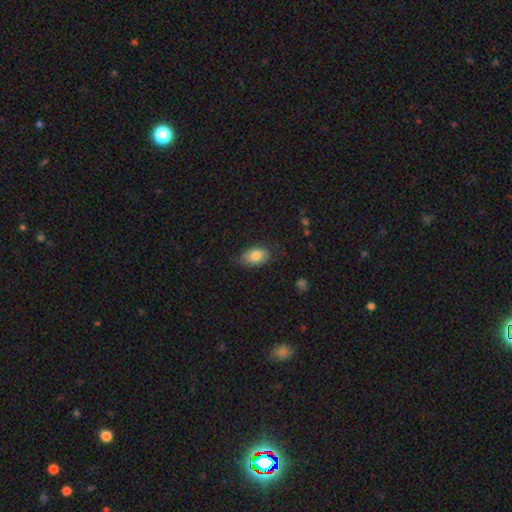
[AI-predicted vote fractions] Smooth or featured: smooth — 76% (featured or disk — 17%)
How rounded: in between — 91% (round — 7%)
Merging: none — 64% (minor disturbance — 27%)